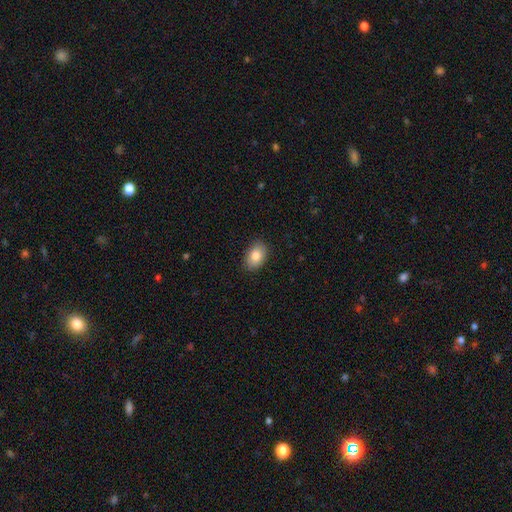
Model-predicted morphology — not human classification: Smooth or featured?
  - smooth: 83% *
  - featured or disk: 9%
  - star or artifact: 8%
How rounded?
  - in between: 83% *
  - round: 16%
  - cigar-shaped: 1%
Merging?
  - none: 87% *
  - minor disturbance: 10%
  - major disturbance: 2%
  - merger: 1%